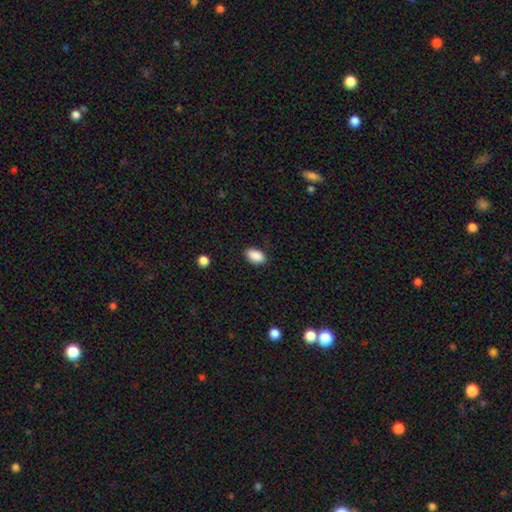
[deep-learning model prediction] The model was most divided on "merging": none: 86%, minor disturbance: 11%, major disturbance: 2%, merger: 1%. More confident: how rounded — in between (92%); smooth or featured — smooth (90%).